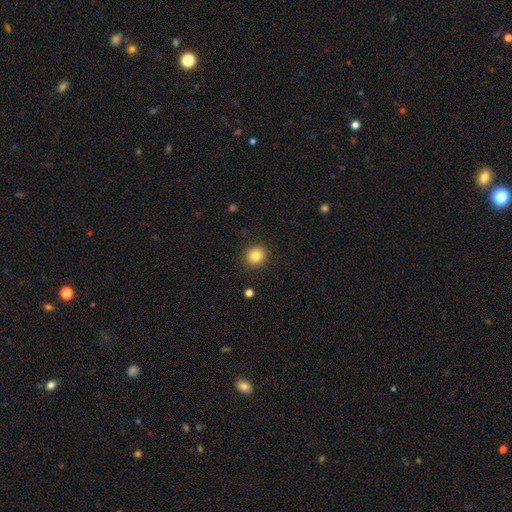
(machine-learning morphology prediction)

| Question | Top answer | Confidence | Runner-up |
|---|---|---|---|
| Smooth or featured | smooth | 82% | star or artifact (11%) |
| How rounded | round | 90% | in between (9%) |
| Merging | none | 91% | minor disturbance (6%) |